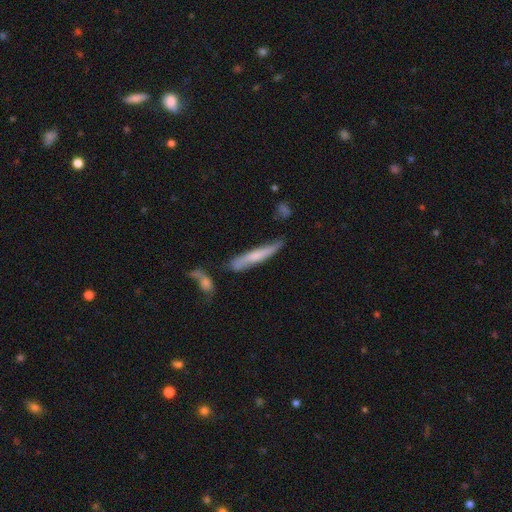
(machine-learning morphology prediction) The model was most divided on "smooth or featured": smooth: 52%, featured or disk: 41%, star or artifact: 7%. More confident: how rounded — cigar-shaped (93%); merging — none (60%).